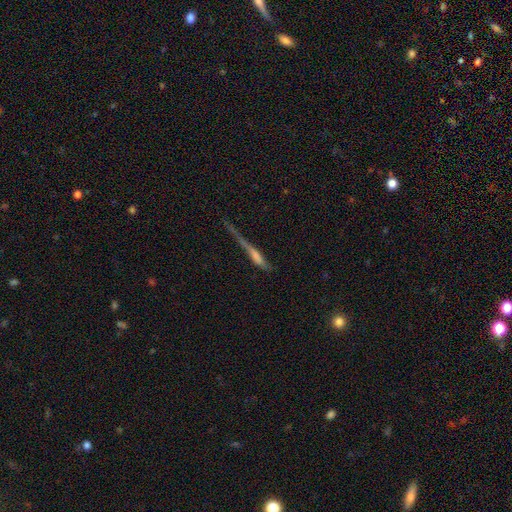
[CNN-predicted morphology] A smooth galaxy with no disk features (45%). Merging: none (35%).